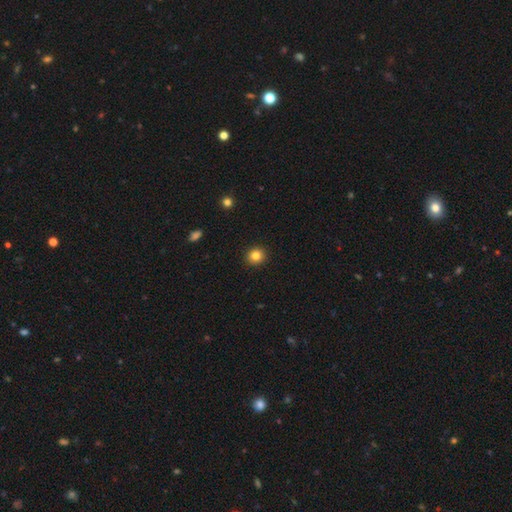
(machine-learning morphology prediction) This appears to be a smooth galaxy with no disk features (82%) that is round (90%). Merging: none (92%).